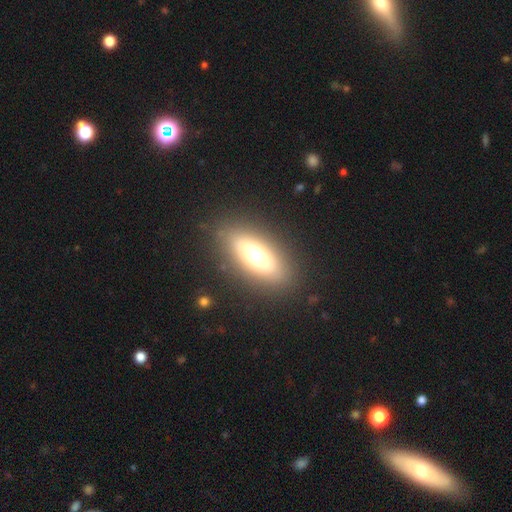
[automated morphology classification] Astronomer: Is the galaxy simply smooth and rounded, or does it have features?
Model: smooth — 56% (runner-up: featured or disk, 34%).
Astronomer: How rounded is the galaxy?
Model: in between — 73%.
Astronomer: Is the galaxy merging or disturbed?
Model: none — 84%.